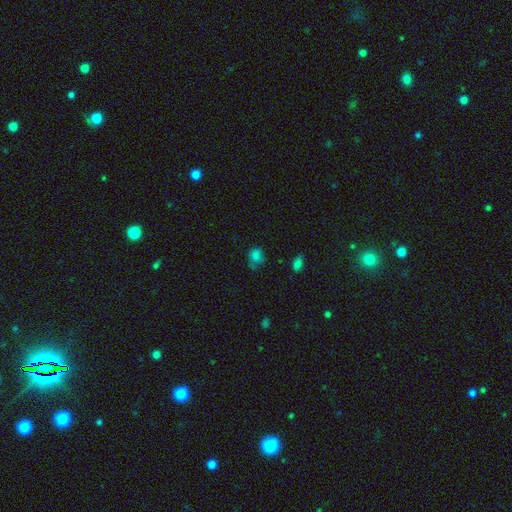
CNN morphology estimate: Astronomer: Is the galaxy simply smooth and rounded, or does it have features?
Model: smooth — 76%.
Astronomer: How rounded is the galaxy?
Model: round — 62%.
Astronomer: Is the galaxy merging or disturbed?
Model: none — 53% (runner-up: minor disturbance, 30%).